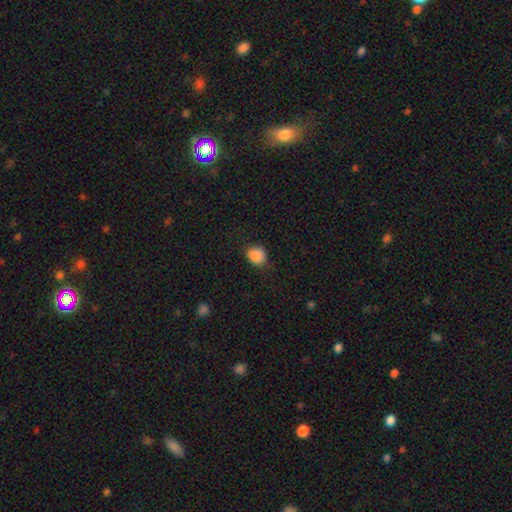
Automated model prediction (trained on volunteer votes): Morphology: type=smooth (87%); roundness=round (63%); merging=none (77%).